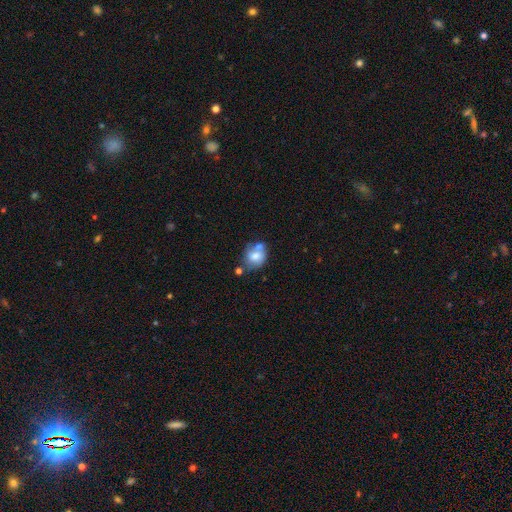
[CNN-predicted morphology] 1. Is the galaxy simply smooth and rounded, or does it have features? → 62% smooth, 29% featured or disk, 9% star or artifact.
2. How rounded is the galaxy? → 53% round, 46% in between, 1% cigar-shaped.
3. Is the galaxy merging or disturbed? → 39% none, 34% merger, 20% minor disturbance, 8% major disturbance.